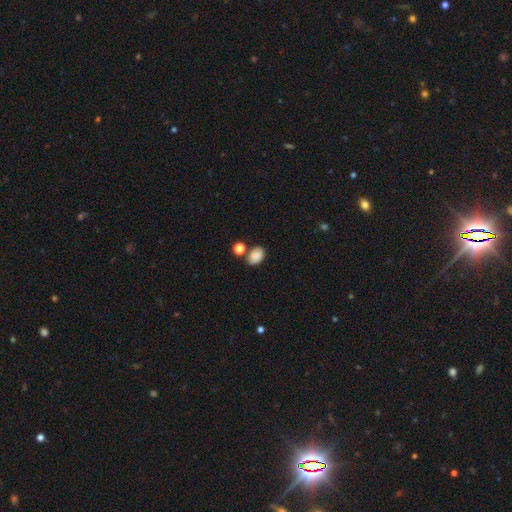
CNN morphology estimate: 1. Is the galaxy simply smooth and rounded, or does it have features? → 85% smooth, 10% star or artifact, 6% featured or disk.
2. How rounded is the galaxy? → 75% in between, 24% round, 1% cigar-shaped.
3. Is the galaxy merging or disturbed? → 67% none, 15% minor disturbance, 14% merger, 5% major disturbance.